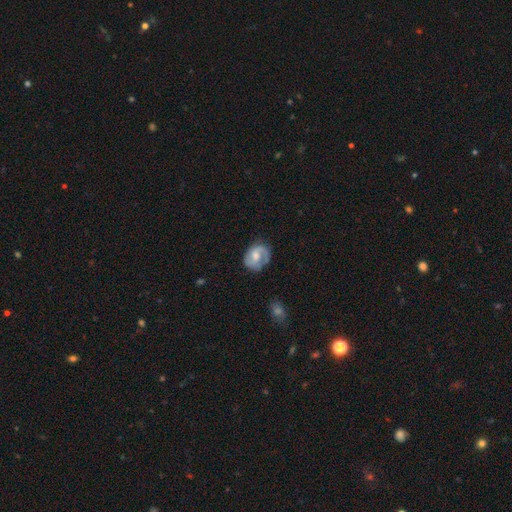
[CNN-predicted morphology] featured or disk 59%, smooth 34%, star or artifact 7%. Down the decision tree: edge-on disk — no (97%); bar — no (52%); spiral arms — yes (83%); bulge size — moderate (60%); merging — none (64%).